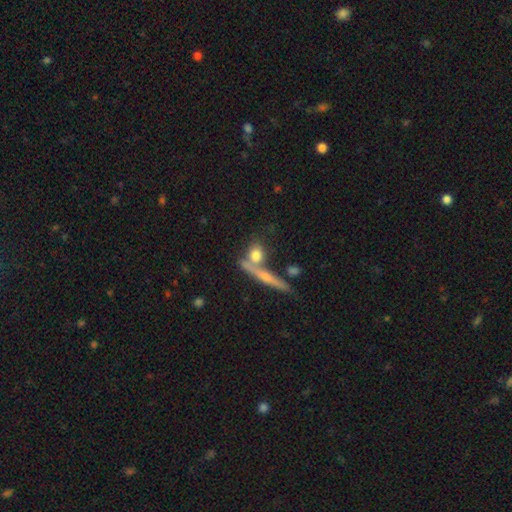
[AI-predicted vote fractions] Smooth or featured? Predicted: smooth (p=0.70). How rounded? Predicted: round (p=0.51). Merging? Predicted: none (p=0.53).